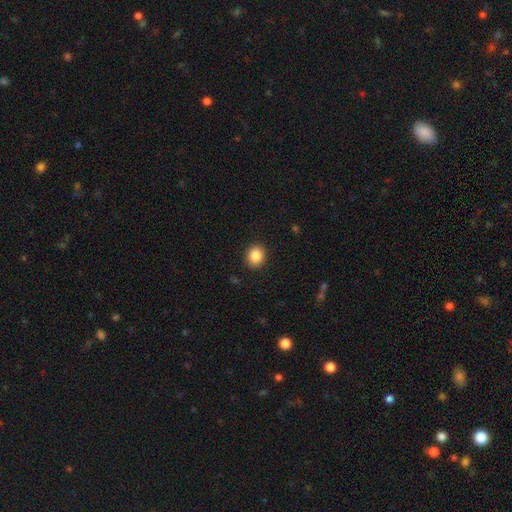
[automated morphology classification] This appears to be a smooth galaxy with no disk features (86%) that is round (63%). Merging: none (90%).